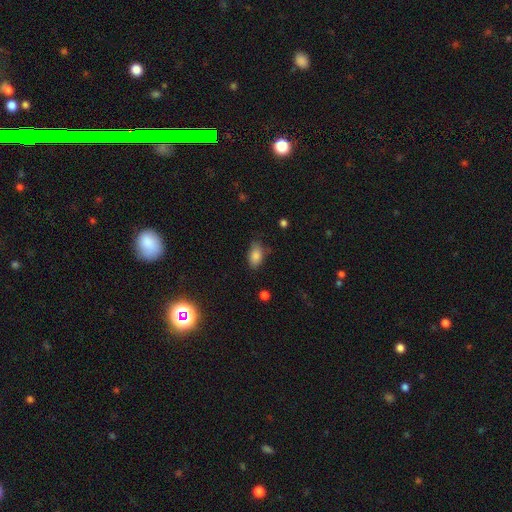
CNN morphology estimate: Smooth or featured: smooth — 84% (star or artifact — 9%)
How rounded: in between — 90% (round — 7%)
Merging: none — 74% (minor disturbance — 20%)